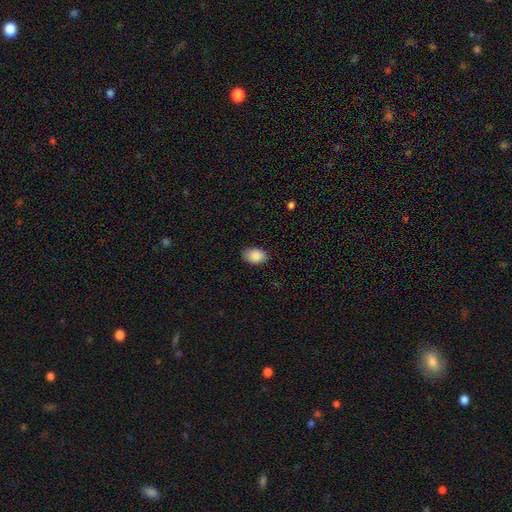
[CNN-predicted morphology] smooth-or-featured: smooth: 89% | star or artifact: 7% | featured or disk: 4%
  how-rounded: in between: 85% | round: 14% | cigar-shaped: 1%
  merging: none: 85% | minor disturbance: 12% | major disturbance: 2% | merger: 1%